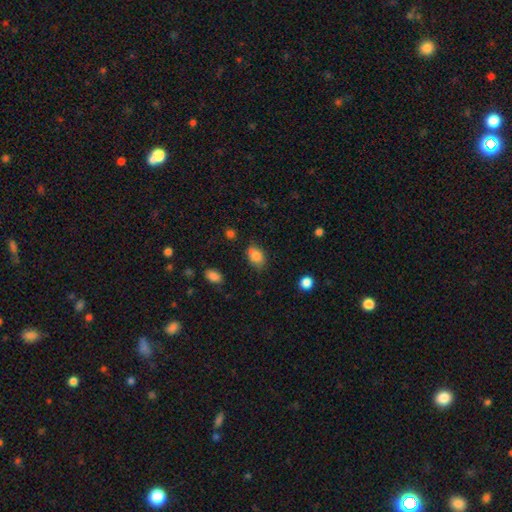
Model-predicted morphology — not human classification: Smooth or featured? smooth (83%)
How rounded? in between (81%)
Merging? none (68%)